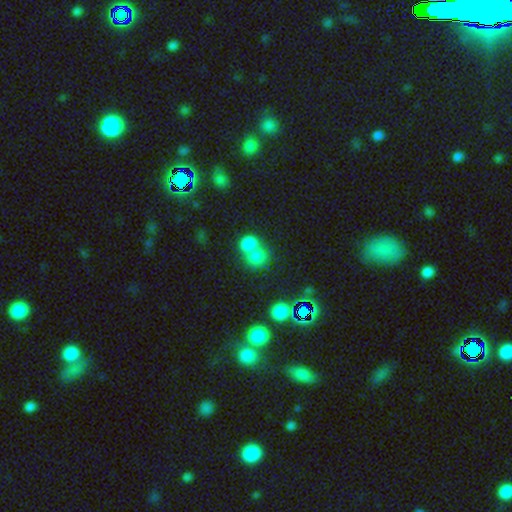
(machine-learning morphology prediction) This is likely a smooth galaxy (76%). How rounded: likely round (66%). Merging: possibly merger (56%).